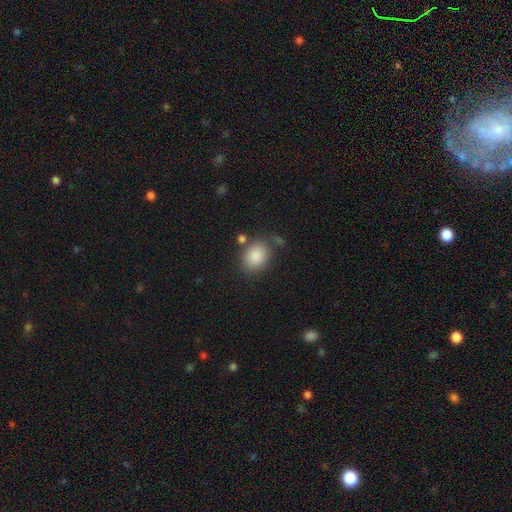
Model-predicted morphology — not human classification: Smooth or featured?
  - smooth: 87% *
  - star or artifact: 8%
  - featured or disk: 5%
How rounded?
  - in between: 57% *
  - round: 42%
  - cigar-shaped: 1%
Merging?
  - none: 71% *
  - minor disturbance: 15%
  - merger: 8%
  - major disturbance: 5%